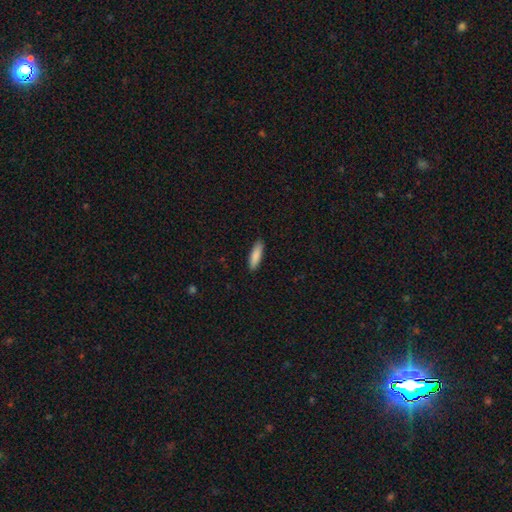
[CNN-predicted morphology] This is clearly a smooth galaxy (87%). How rounded: possibly cigar-shaped (60%). Merging: clearly none (89%).